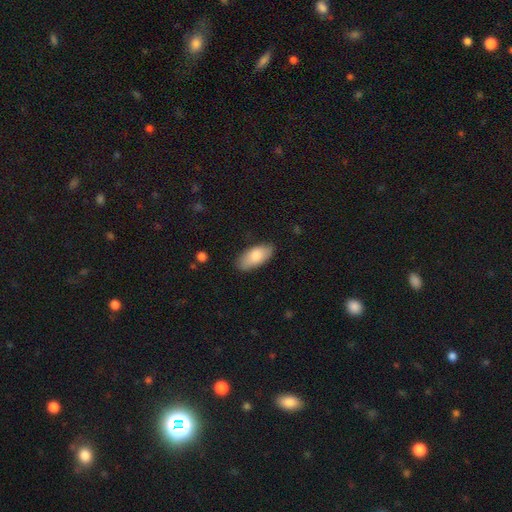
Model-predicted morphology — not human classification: A smooth galaxy with no disk features (81%) that is in between round and cigar-shaped (91%). Merging: none (84%).